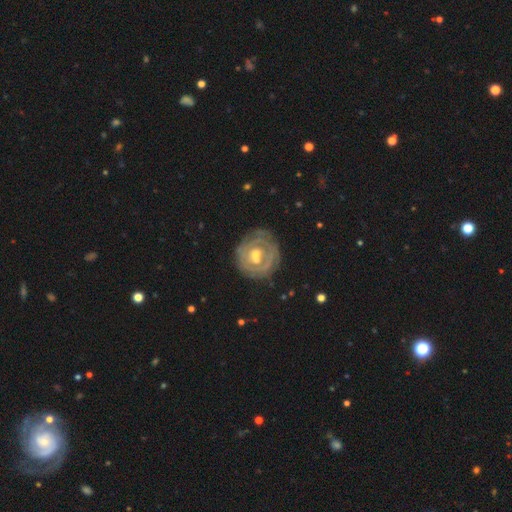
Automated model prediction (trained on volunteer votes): Overall: featured or disk (75%). Edge-on disk: no (96%). Bar: no (46%; weak 42%). Spiral arms: yes (68%; no 32%). Bulge size: moderate (67%). Merging: none (73%).